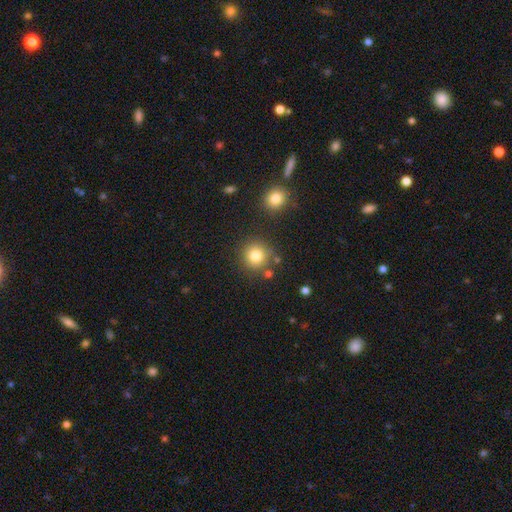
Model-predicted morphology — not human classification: Smooth or featured? Predicted: smooth (p=0.82). How rounded? Predicted: round (p=0.93). Merging? Predicted: none (p=0.83).